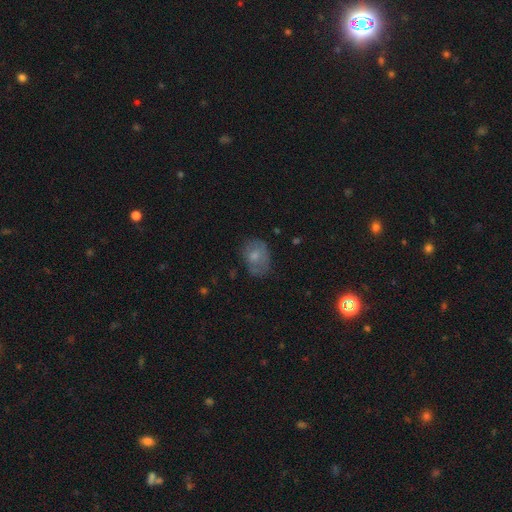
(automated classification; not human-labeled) A smooth galaxy with no disk features (65%) that is in between round and cigar-shaped (67%). Merging: none (55%).